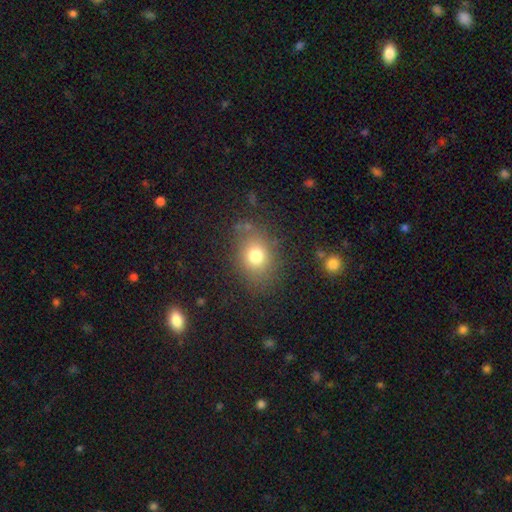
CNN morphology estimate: Q: Smooth or featured?
A: smooth (76%); runner-up: star or artifact (13%)
Q: How rounded?
A: in between (52%); runner-up: round (47%)
Q: Merging?
A: none (78%); runner-up: minor disturbance (14%)